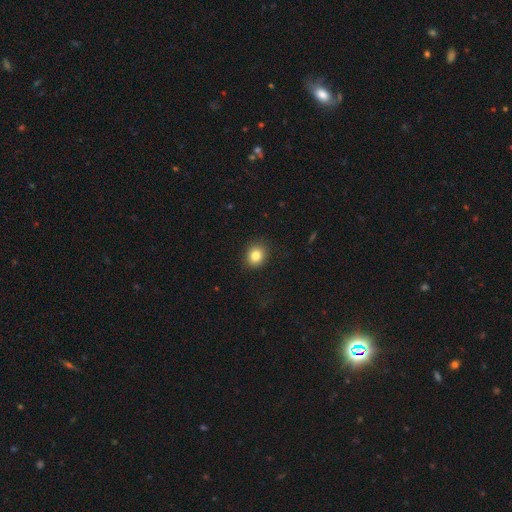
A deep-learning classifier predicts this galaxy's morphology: This appears to be a smooth galaxy with no disk features (82%) that is round (71%). Merging: none (89%).